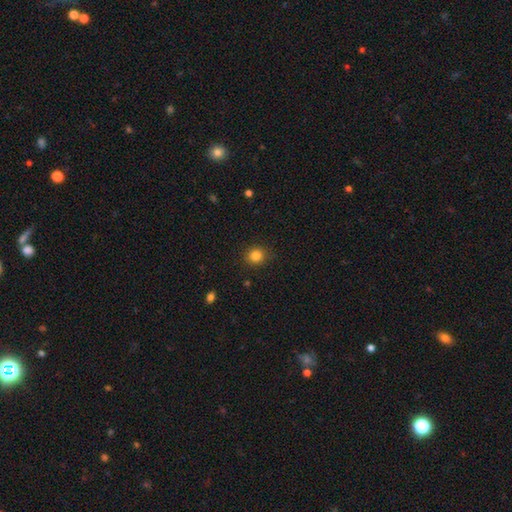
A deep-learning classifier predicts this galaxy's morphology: Q: Smooth or featured?
A: smooth (84%); runner-up: star or artifact (12%)
Q: How rounded?
A: round (86%); runner-up: in between (13%)
Q: Merging?
A: none (89%); runner-up: minor disturbance (8%)